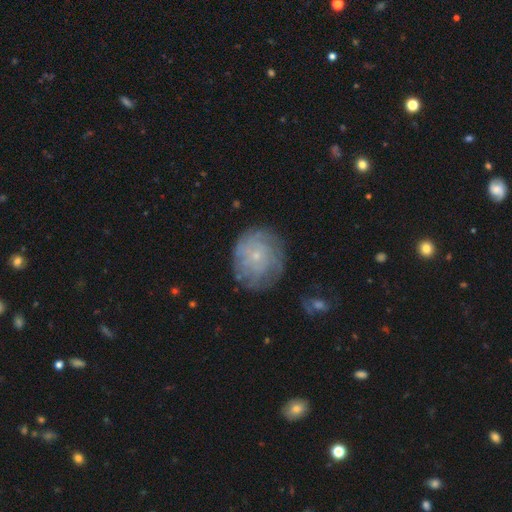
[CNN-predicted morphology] Q: Smooth or featured?
A: featured or disk (59%); runner-up: smooth (31%)
Q: Edge-on disk?
A: no (97%); runner-up: yes (3%)
Q: Bar?
A: no (84%); runner-up: weak (14%)
Q: Spiral arms?
A: yes (79%); runner-up: no (21%)
Q: Bulge size?
A: small (84%); runner-up: moderate (11%)
Q: Merging?
A: none (75%); runner-up: minor disturbance (17%)